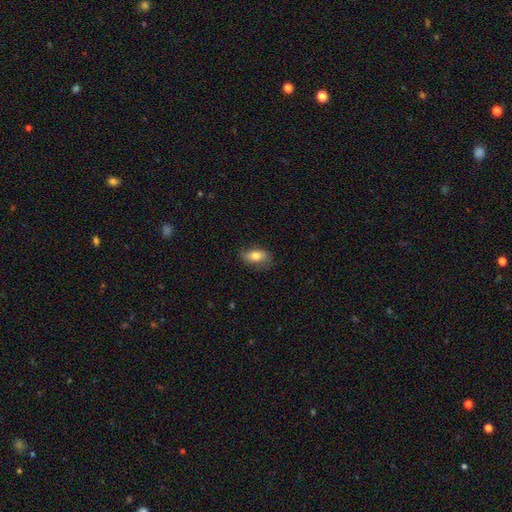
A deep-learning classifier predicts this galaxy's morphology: type=smooth (74%); roundness=in between (87%); merging=none (74%).